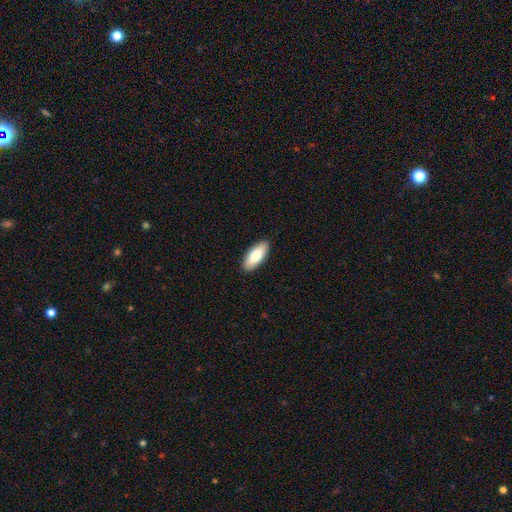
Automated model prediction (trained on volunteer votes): Morphology: type=smooth (81%); roundness=in between (83%); merging=none (91%).